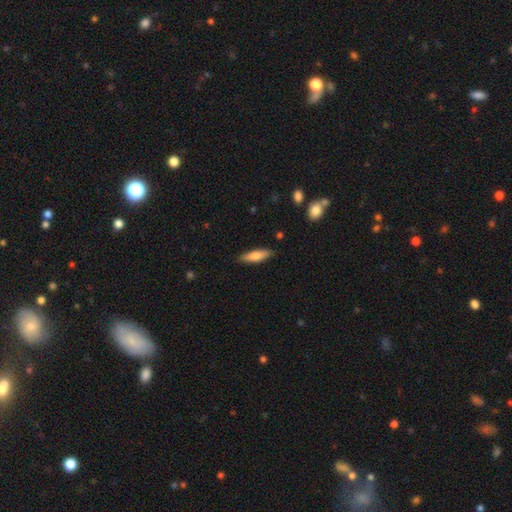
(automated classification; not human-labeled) Q: Smooth or featured?
A: smooth (73%); runner-up: featured or disk (21%)
Q: How rounded?
A: cigar-shaped (64%); runner-up: in between (35%)
Q: Merging?
A: none (86%); runner-up: minor disturbance (10%)